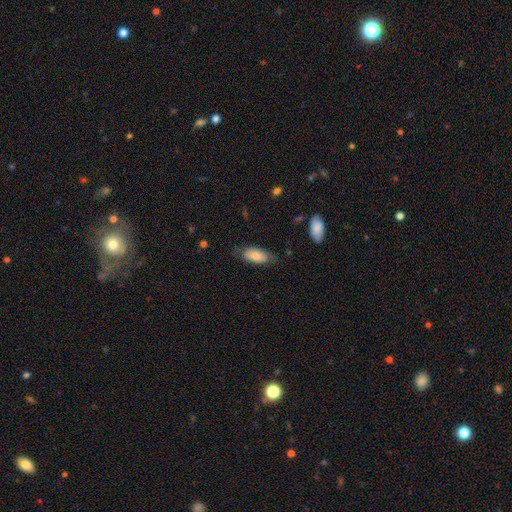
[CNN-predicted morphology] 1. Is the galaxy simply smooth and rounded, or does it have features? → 83% smooth, 11% featured or disk, 6% star or artifact.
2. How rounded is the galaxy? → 89% in between, 9% cigar-shaped, 2% round.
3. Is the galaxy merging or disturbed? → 61% none, 29% minor disturbance, 8% major disturbance, 2% merger.